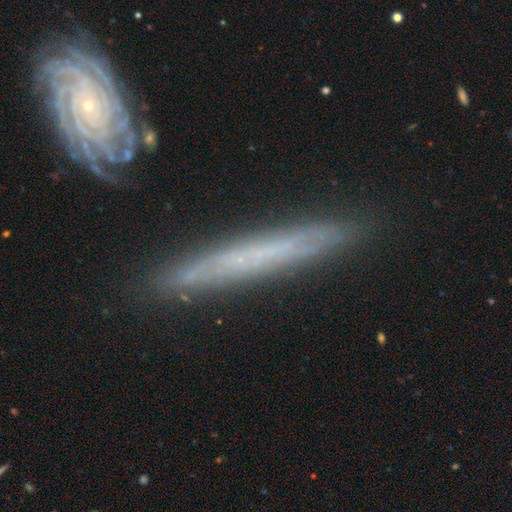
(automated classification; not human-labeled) This appears to be a featured or disk galaxy (59%) viewed edge-on (79%). Merging: none (82%).